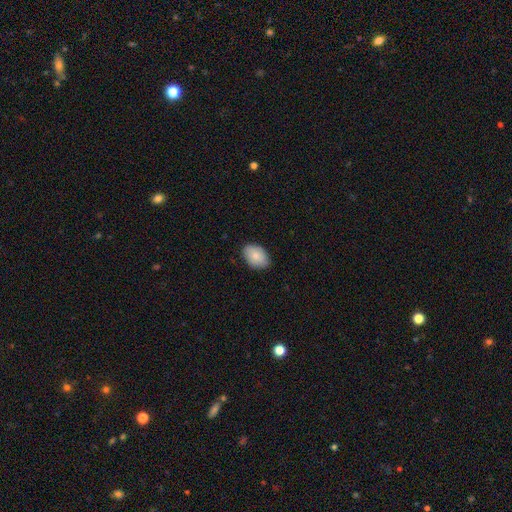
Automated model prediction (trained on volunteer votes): The model was most divided on "merging": none: 84%, minor disturbance: 13%, major disturbance: 2%, merger: 1%. More confident: how rounded — in between (86%); smooth or featured — smooth (86%).